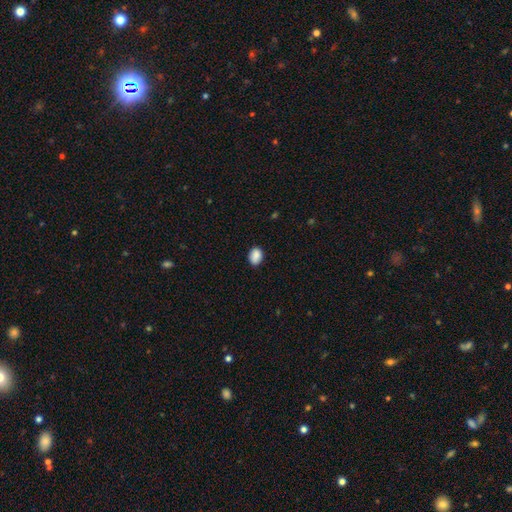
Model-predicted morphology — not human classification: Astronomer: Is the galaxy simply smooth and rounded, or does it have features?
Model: smooth — 89%.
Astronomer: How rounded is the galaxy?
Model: in between — 70%.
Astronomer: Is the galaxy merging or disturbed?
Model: none — 84%.